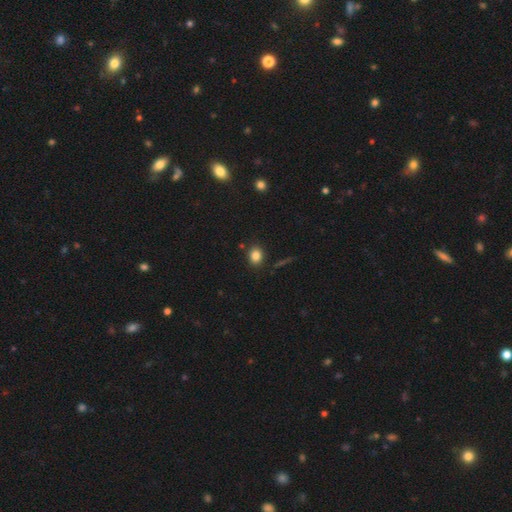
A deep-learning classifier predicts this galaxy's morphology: A smooth galaxy with no disk features (84%) that is round (59%). Merging: none (86%).